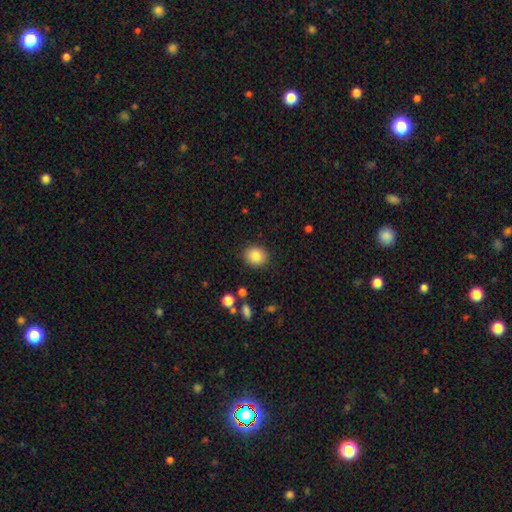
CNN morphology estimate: smooth-or-featured: smooth: 84% | star or artifact: 9% | featured or disk: 7%
  how-rounded: round: 75% | in between: 24% | cigar-shaped: 1%
  merging: none: 88% | minor disturbance: 8% | major disturbance: 2% | merger: 2%